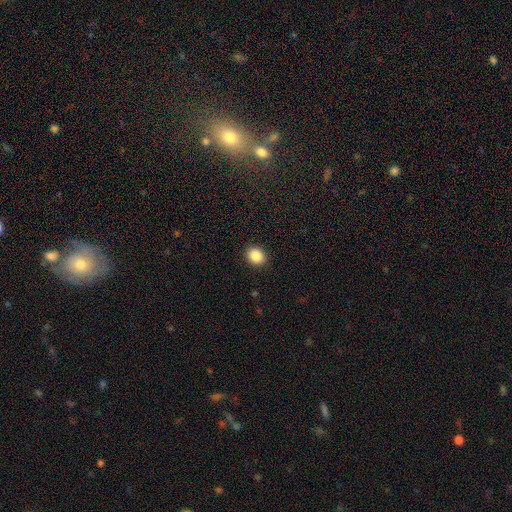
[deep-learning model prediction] smooth-or-featured: smooth: 87% | star or artifact: 9% | featured or disk: 3%
  how-rounded: round: 57% | in between: 42% | cigar-shaped: 1%
  merging: none: 91% | minor disturbance: 6% | major disturbance: 2% | merger: 1%